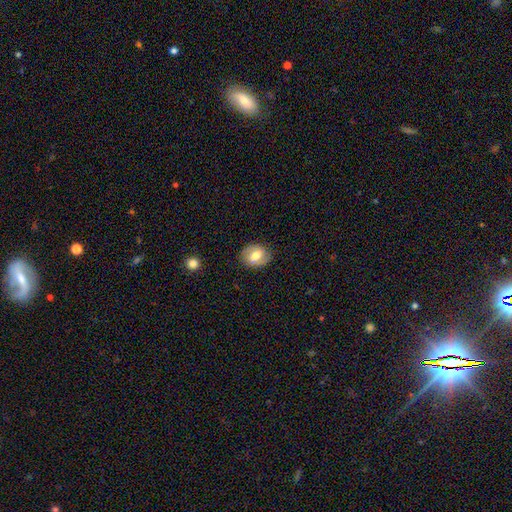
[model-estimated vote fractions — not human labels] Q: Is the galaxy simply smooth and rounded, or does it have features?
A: smooth — 61%.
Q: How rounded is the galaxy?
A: round — 53%.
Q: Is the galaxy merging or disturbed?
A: none — 84%.